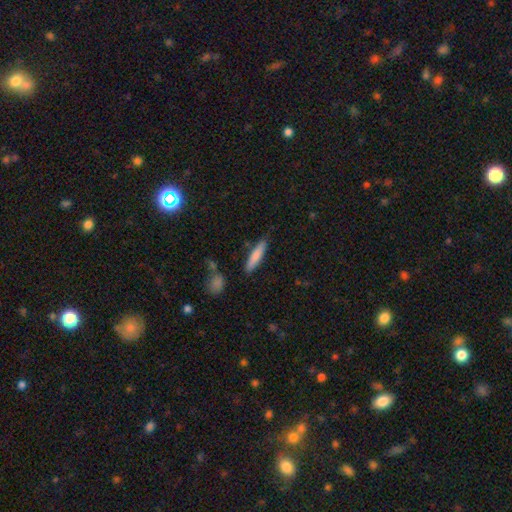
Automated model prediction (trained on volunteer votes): The model was most divided on "smooth or featured": smooth: 77%, featured or disk: 17%, star or artifact: 6%. More confident: how rounded — cigar-shaped (85%); merging — none (84%).